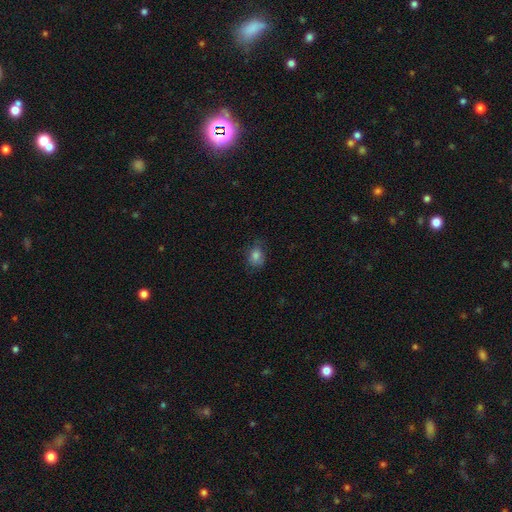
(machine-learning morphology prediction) Overall: smooth (80%). How rounded: in between (55%; round 44%). Merging: none (70%).